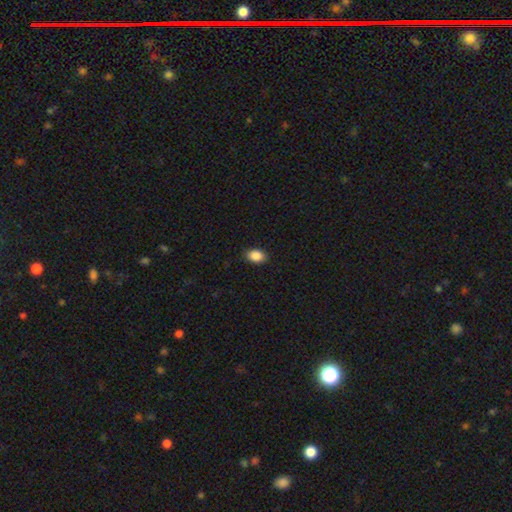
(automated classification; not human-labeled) The model was most divided on "how rounded": in between: 83%, round: 16%, cigar-shaped: 1%. More confident: smooth or featured — smooth (88%); merging — none (88%).